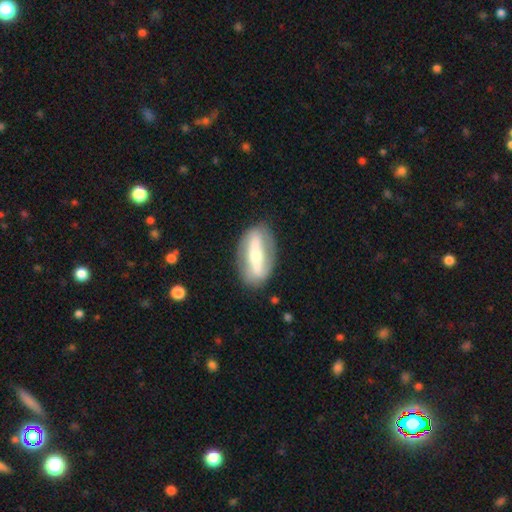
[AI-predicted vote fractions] Morphology: type=featured or disk (65%); edge-on=no (73%); merging=none (82%).